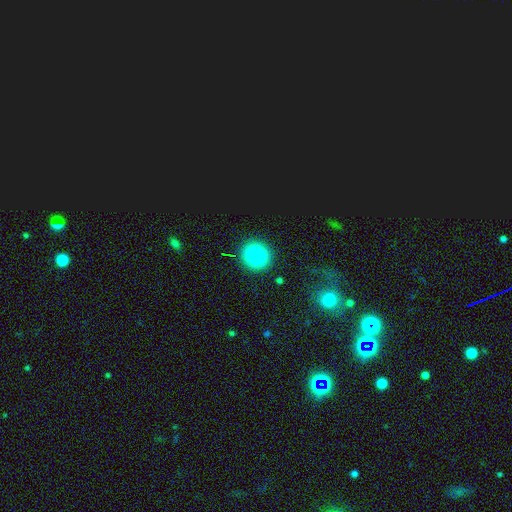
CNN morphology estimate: A smooth galaxy with no disk features (75%) that is round (93%).

Vote fractions:
- Smooth or featured? smooth: 75% / star or artifact: 13% / featured or disk: 12%
- How rounded? round: 93% / in between: 6% / cigar-shaped: 1%
- Merging? none: 91% / minor disturbance: 6% / major disturbance: 2% / merger: 1%